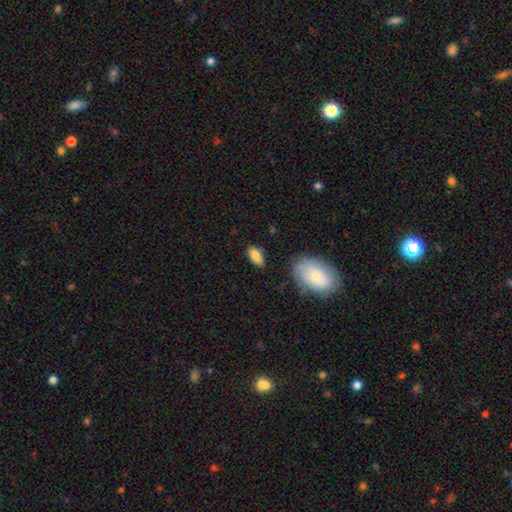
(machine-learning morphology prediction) A smooth galaxy with no disk features (85%) that is in between round and cigar-shaped (89%).

Vote fractions:
- Smooth or featured? smooth: 85% / featured or disk: 8% / star or artifact: 7%
- How rounded? in between: 89% / cigar-shaped: 8% / round: 3%
- Merging? none: 81% / minor disturbance: 14% / major disturbance: 3% / merger: 2%